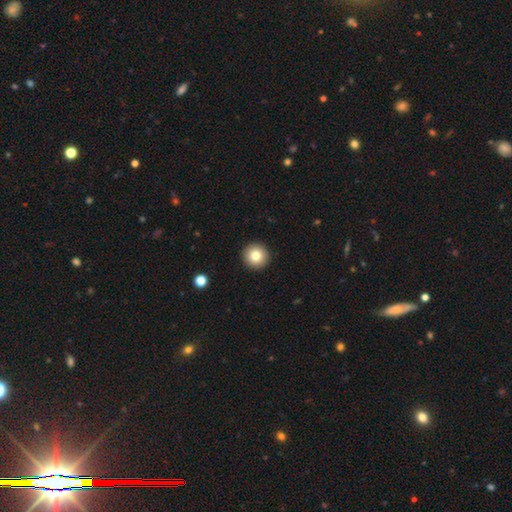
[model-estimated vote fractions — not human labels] Overall: smooth (81%). How rounded: round (96%). Merging: none (94%).